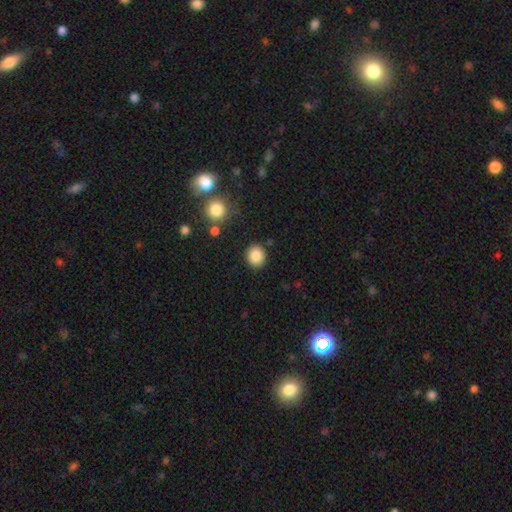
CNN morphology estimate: Smooth or featured?
  - smooth: 86% *
  - star or artifact: 9%
  - featured or disk: 5%
How rounded?
  - round: 79% *
  - in between: 20%
  - cigar-shaped: 1%
Merging?
  - none: 88% *
  - minor disturbance: 7%
  - major disturbance: 2%
  - merger: 2%